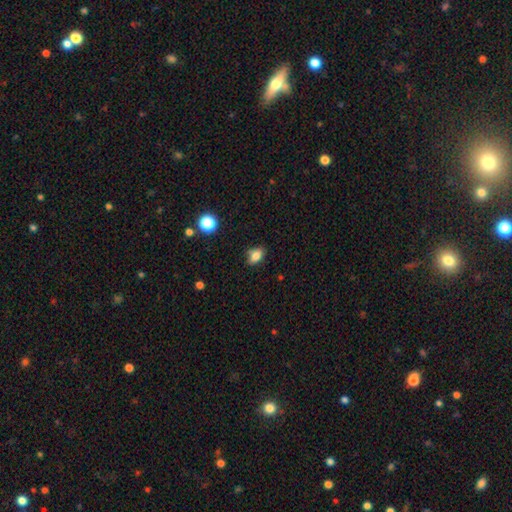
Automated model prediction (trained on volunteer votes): Smooth or featured: smooth — 81% (star or artifact — 11%)
How rounded: in between — 79% (round — 18%)
Merging: none — 69% (minor disturbance — 23%)